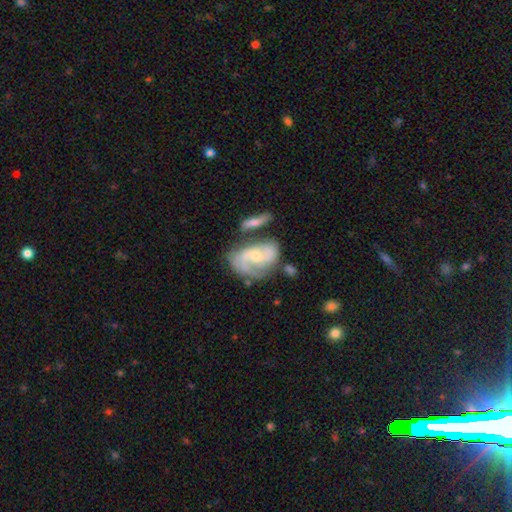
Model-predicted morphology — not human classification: A featured or disk galaxy (79%) with no bar (58%), 2 (62%) medium (44%) spiral arms (91%) and a small central bulge (50%).

Vote fractions:
- Smooth or featured? featured or disk: 79% / smooth: 14% / star or artifact: 6%
- Edge-on disk? no: 96% / yes: 4%
- Bar? no: 58% / weak: 34% / strong: 8%
- Spiral arms? yes: 91% / no: 9%
- Spiral winding? medium: 44% / tight: 38% / loose: 18%
- Spiral arm count? 2: 62% / can't tell: 16% / 1: 10% / 3: 9% / 4: 2% / more than 4: 2%
- Bulge size? small: 50% / moderate: 45% / none: 2% / large: 2% / dominant: 1%
- Merging? none: 45% / minor disturbance: 21% / merger: 20% / major disturbance: 14%